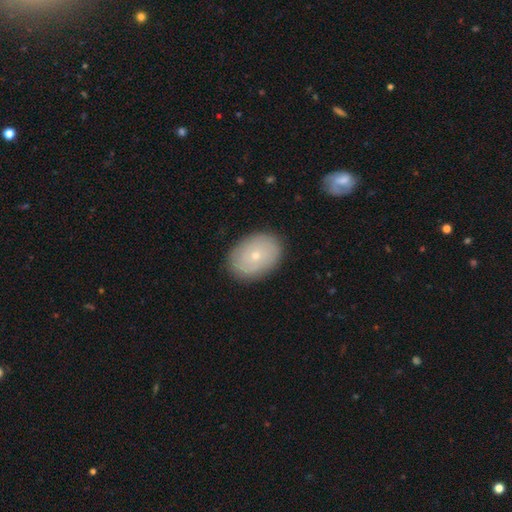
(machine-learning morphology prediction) smooth_or_featured: smooth (p=0.58) [alt: featured or disk p=0.35]
how_rounded: in between (p=0.76) [alt: round p=0.23]
merging: none (p=0.86) [alt: minor disturbance p=0.10]